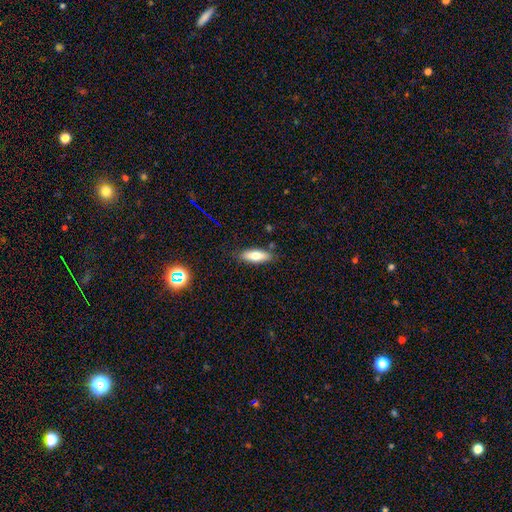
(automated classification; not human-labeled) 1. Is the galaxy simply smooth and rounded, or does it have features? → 73% smooth, 20% featured or disk, 7% star or artifact.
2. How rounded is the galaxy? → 62% in between, 35% cigar-shaped, 2% round.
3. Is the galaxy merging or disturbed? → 83% none, 12% minor disturbance, 2% major disturbance, 2% merger.